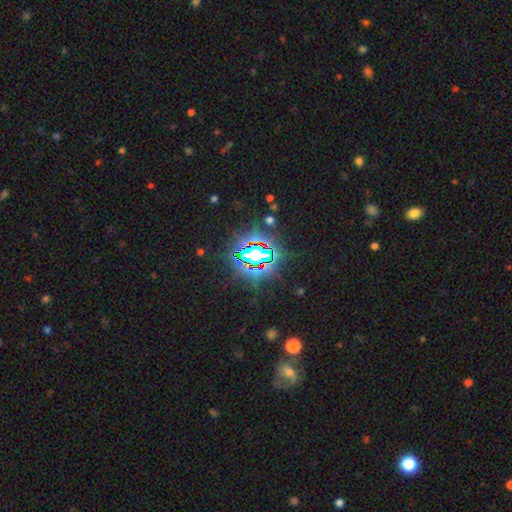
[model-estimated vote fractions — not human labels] A star or artifact, not a galaxy (82%).

Vote fractions:
- Smooth or featured? star or artifact: 82% / smooth: 11% / featured or disk: 8%